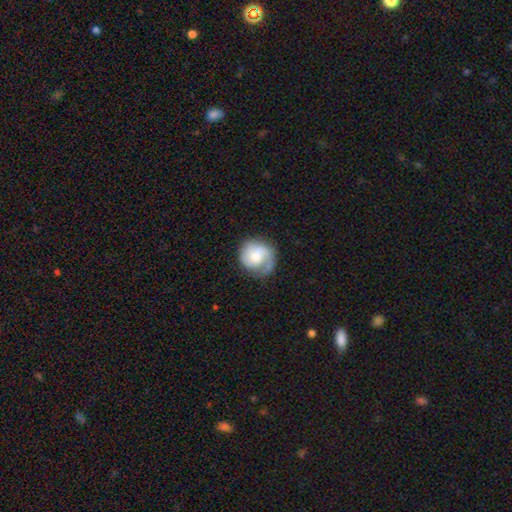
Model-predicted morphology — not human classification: A featured or disk galaxy (53%) with no bar (63%), spiral arms (86%) and a moderate central bulge (52%).

Vote fractions:
- Smooth or featured? featured or disk: 53% / smooth: 40% / star or artifact: 7%
- Edge-on disk? no: 98% / yes: 2%
- Bar? no: 63% / weak: 31% / strong: 6%
- Spiral arms? yes: 86% / no: 14%
- Bulge size? moderate: 52% / small: 32% / large: 11% / none: 4% / dominant: 2%
- Merging? none: 60% / minor disturbance: 24% / major disturbance: 14% / merger: 2%